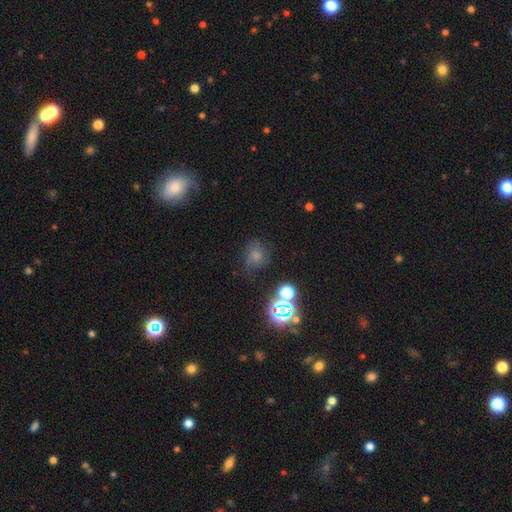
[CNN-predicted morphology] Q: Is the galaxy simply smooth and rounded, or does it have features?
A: smooth — 54%.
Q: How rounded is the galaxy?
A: round — 71%.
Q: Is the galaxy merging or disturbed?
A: none — 53%.